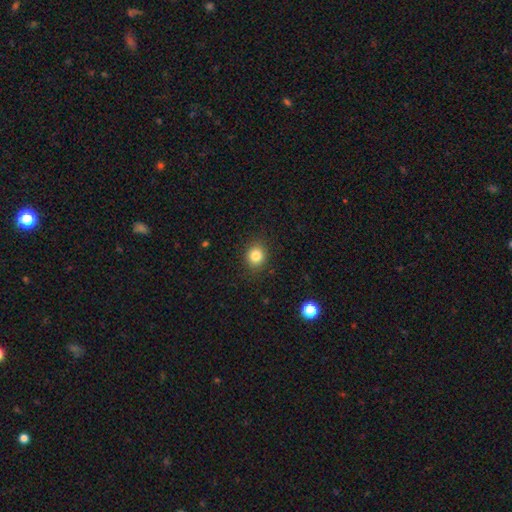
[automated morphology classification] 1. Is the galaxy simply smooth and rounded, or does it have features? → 82% smooth, 11% star or artifact, 6% featured or disk.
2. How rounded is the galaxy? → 76% round, 23% in between, 1% cigar-shaped.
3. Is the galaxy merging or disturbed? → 88% none, 8% minor disturbance, 3% major disturbance, 1% merger.